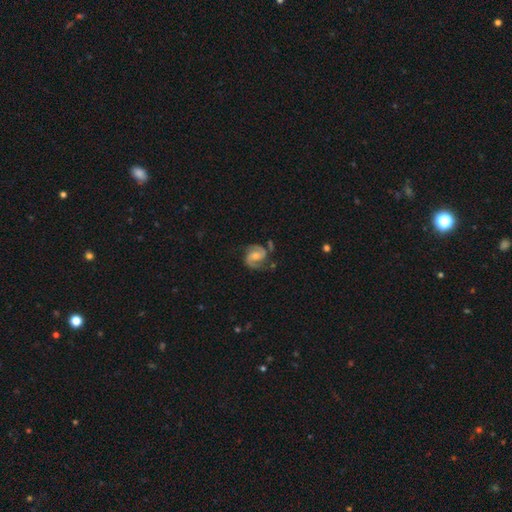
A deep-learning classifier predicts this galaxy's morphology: Smooth or featured?
  - featured or disk: 88% *
  - smooth: 7%
  - star or artifact: 5%
Edge-on disk?
  - no: 98% *
  - yes: 2%
Bar?
  - no: 45% *
  - weak: 42%
  - strong: 14%
Spiral arms?
  - yes: 98% *
  - no: 2%
Spiral winding?
  - medium: 57% *
  - tight: 27%
  - loose: 16%
Spiral arm count?
  - 2: 92% *
  - can't tell: 2%
  - 3: 2%
  - 1: 2%
  - 4: 1%
  - more than 4: 1%
Bulge size?
  - moderate: 49% *
  - small: 37%
  - none: 8%
  - large: 5%
  - dominant: 1%
Merging?
  - none: 73% *
  - minor disturbance: 17%
  - major disturbance: 7%
  - merger: 4%